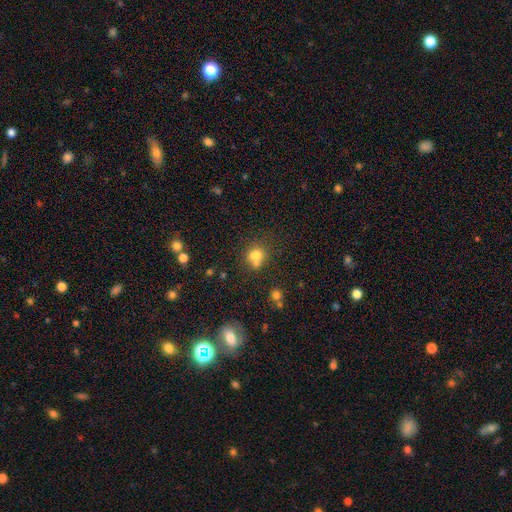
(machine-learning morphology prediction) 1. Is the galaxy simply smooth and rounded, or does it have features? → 72% smooth, 15% star or artifact, 13% featured or disk.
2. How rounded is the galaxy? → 67% round, 32% in between, 1% cigar-shaped.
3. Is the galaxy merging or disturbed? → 42% none, 36% merger, 15% minor disturbance, 7% major disturbance.